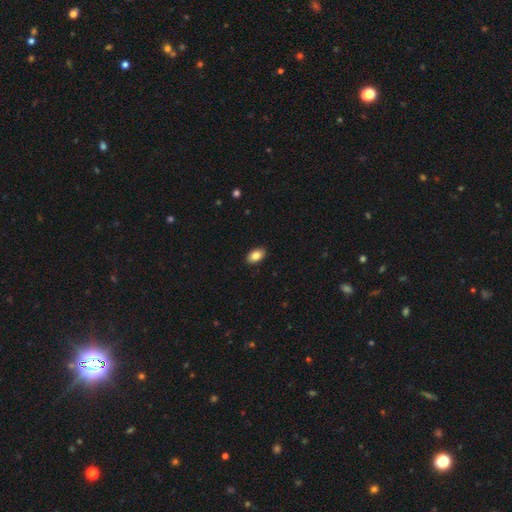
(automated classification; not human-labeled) This is clearly a smooth galaxy (85%). How rounded: clearly in between (91%). Merging: clearly none (90%).